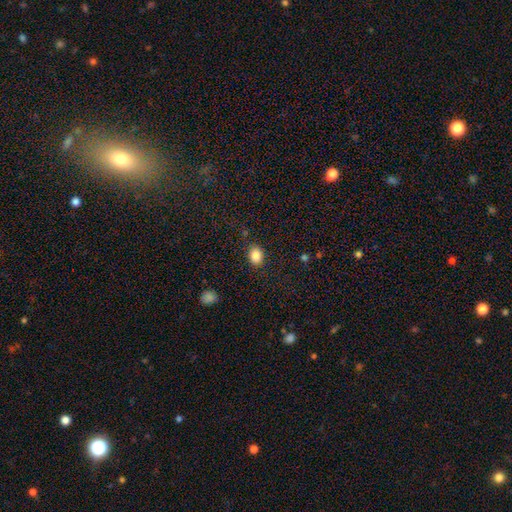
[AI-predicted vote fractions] smooth-or-featured: smooth: 87% | star or artifact: 9% | featured or disk: 4%
  how-rounded: in between: 65% | round: 34% | cigar-shaped: 1%
  merging: none: 86% | minor disturbance: 9% | major disturbance: 3% | merger: 2%